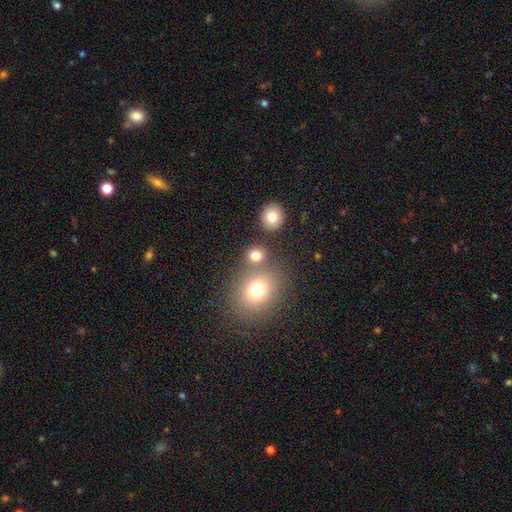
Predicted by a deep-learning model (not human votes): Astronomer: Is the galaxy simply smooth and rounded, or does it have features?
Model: smooth — 78%.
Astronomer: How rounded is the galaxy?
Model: round — 74%.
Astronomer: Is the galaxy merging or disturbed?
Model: none — 66%.